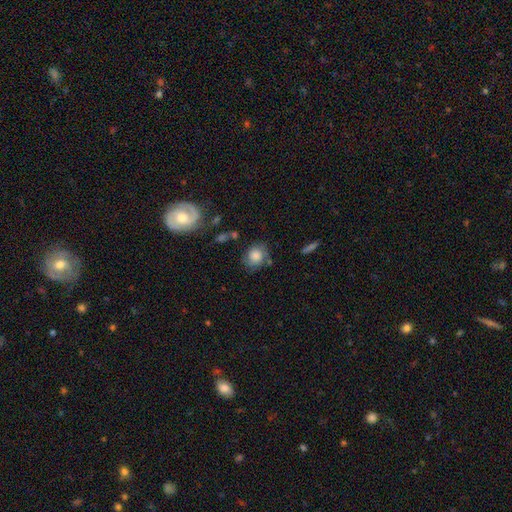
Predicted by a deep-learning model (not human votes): A smooth galaxy with no disk features (73%) that is round (69%).

Vote fractions:
- Smooth or featured? smooth: 73% / featured or disk: 18% / star or artifact: 9%
- How rounded? round: 69% / in between: 29% / cigar-shaped: 1%
- Merging? none: 63% / minor disturbance: 22% / major disturbance: 8% / merger: 6%